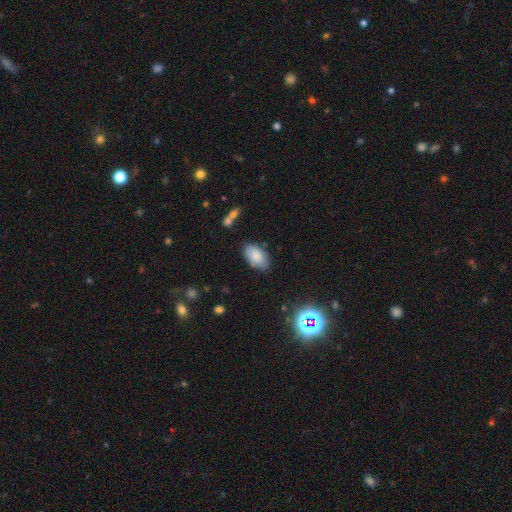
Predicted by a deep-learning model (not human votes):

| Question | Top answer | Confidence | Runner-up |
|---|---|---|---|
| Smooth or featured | smooth | 84% | featured or disk (8%) |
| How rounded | in between | 95% | round (3%) |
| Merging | none | 77% | minor disturbance (17%) |